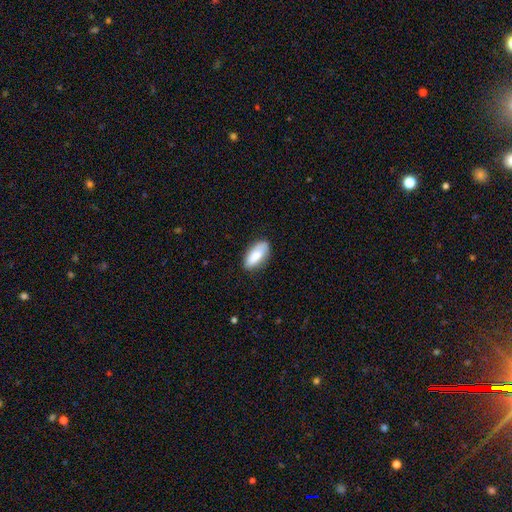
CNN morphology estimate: The model was most divided on "merging": none: 83%, minor disturbance: 14%, major disturbance: 3%, merger: 1%. More confident: how rounded — in between (84%); smooth or featured — smooth (82%).